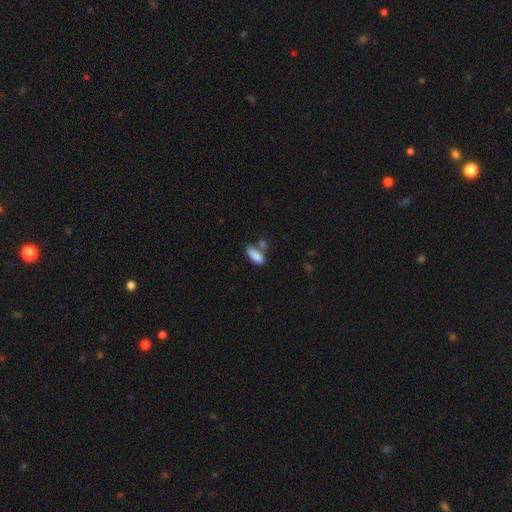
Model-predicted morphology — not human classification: Q: Smooth or featured?
A: smooth (86%); runner-up: star or artifact (7%)
Q: How rounded?
A: in between (79%); runner-up: cigar-shaped (19%)
Q: Merging?
A: none (47%); runner-up: merger (32%)